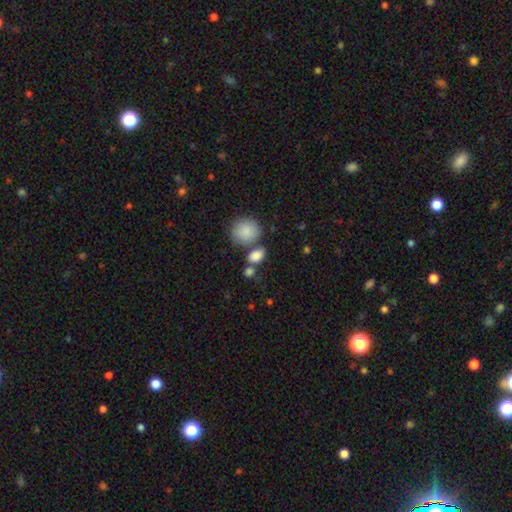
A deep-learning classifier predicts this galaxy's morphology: Smooth or featured? smooth (85%)
How rounded? in between (74%)
Merging? none (52%)